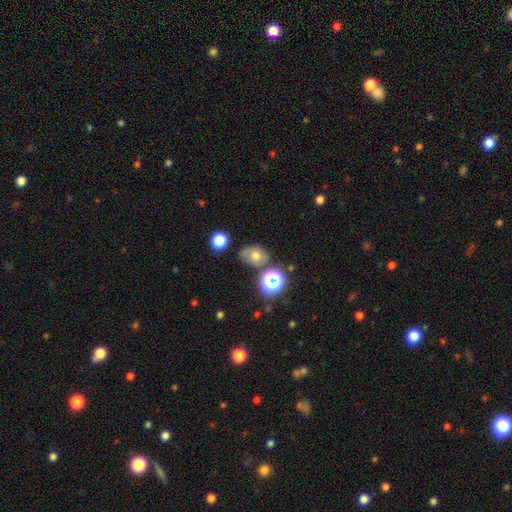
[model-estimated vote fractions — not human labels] Q: Smooth or featured?
A: smooth (62%); runner-up: star or artifact (19%)
Q: How rounded?
A: in between (60%); runner-up: round (39%)
Q: Merging?
A: none (58%); runner-up: minor disturbance (23%)